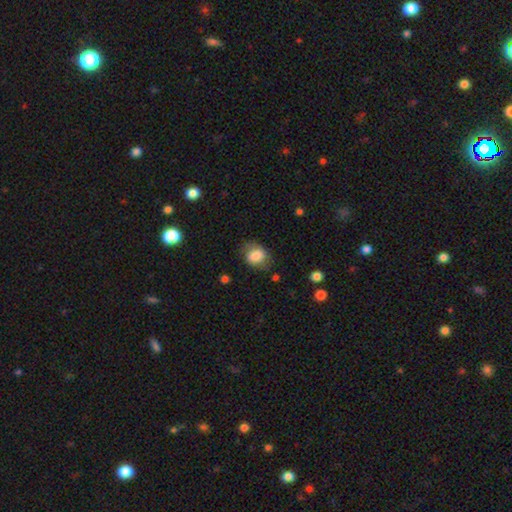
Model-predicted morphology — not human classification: A smooth galaxy with no disk features (78%) that is in between round and cigar-shaped (58%). Merging: none (64%).